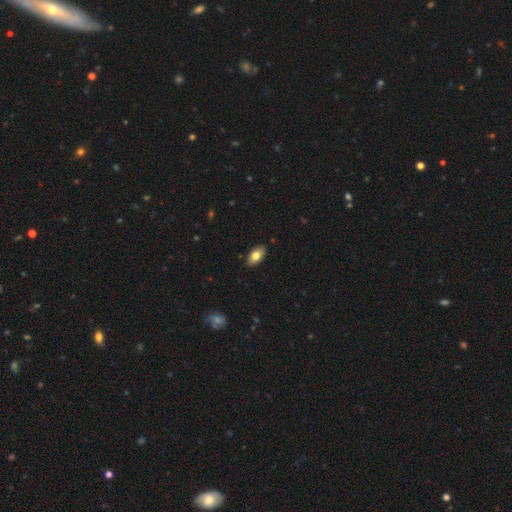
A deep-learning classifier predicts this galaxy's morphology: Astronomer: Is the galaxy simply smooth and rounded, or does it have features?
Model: smooth — 77%.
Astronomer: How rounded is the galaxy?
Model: in between — 93%.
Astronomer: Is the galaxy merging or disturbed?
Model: none — 88%.